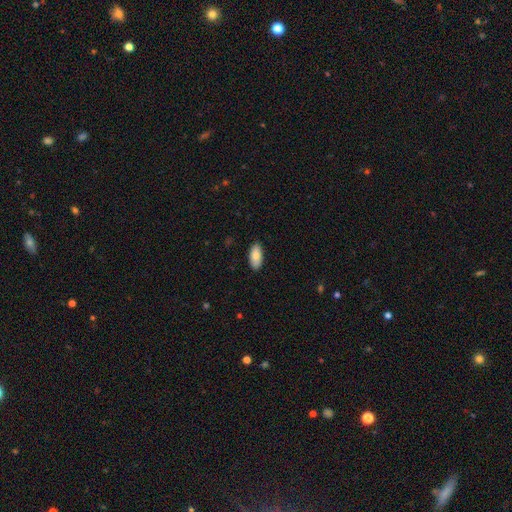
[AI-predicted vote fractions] smooth-or-featured: smooth: 84% | featured or disk: 10% | star or artifact: 6%
  how-rounded: in between: 90% | cigar-shaped: 8% | round: 2%
  merging: none: 89% | minor disturbance: 9% | major disturbance: 2% | merger: 1%